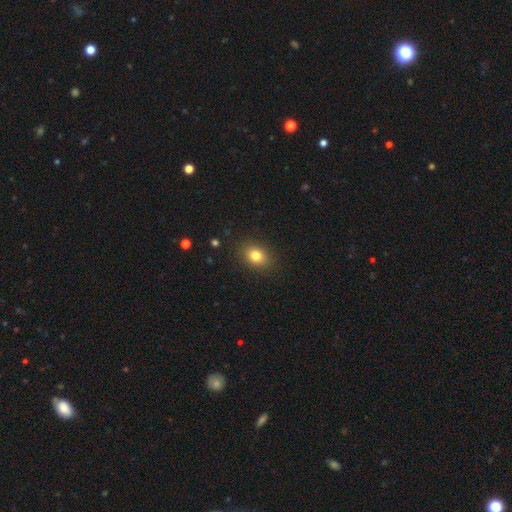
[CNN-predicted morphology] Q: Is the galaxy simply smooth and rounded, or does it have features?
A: smooth — 81%.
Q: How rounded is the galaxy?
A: in between — 60%.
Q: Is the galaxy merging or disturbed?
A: none — 87%.